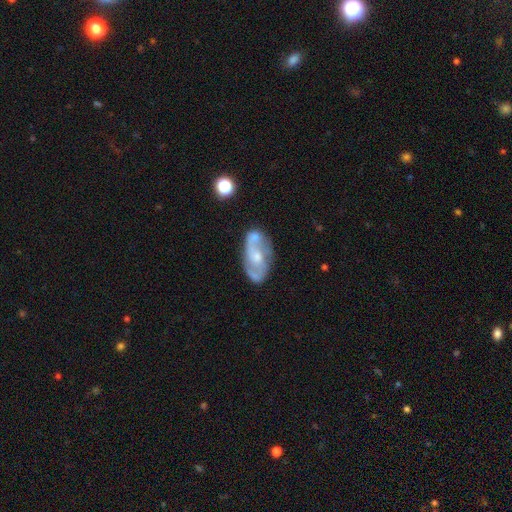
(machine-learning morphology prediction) featured or disk 74%, smooth 19%, star or artifact 7%. Down the decision tree: edge-on disk — no (94%); bar — no (59%); spiral arms — yes (80%); spiral arm count — 2 (76%); spiral winding — medium (47%); bulge size — moderate (48%); merging — none (60%).